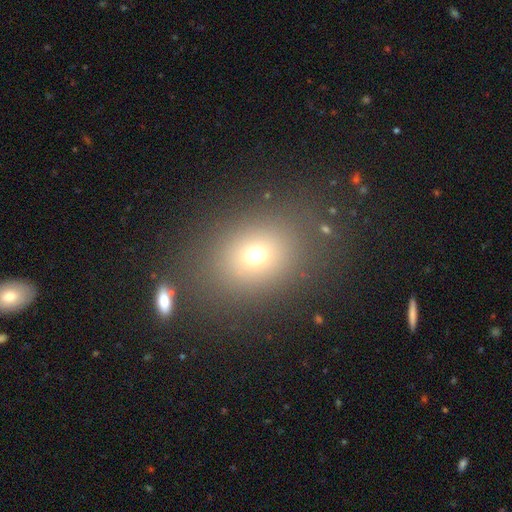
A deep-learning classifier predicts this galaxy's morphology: This appears to be a smooth galaxy with no disk features (69%) that is round (53%). Merging: none (79%).